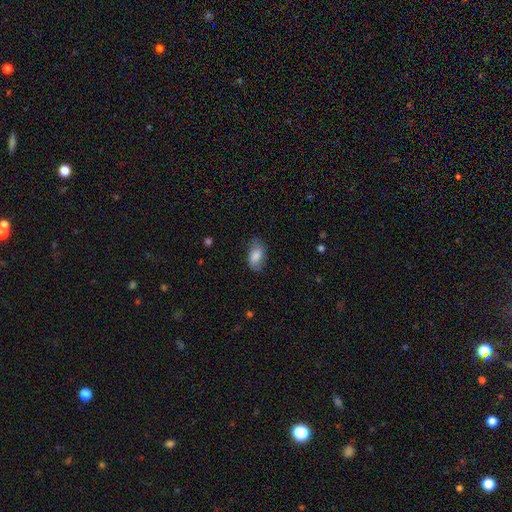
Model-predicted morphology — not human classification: A smooth galaxy with no disk features (80%) that is in between round and cigar-shaped (91%). Merging: none (74%).